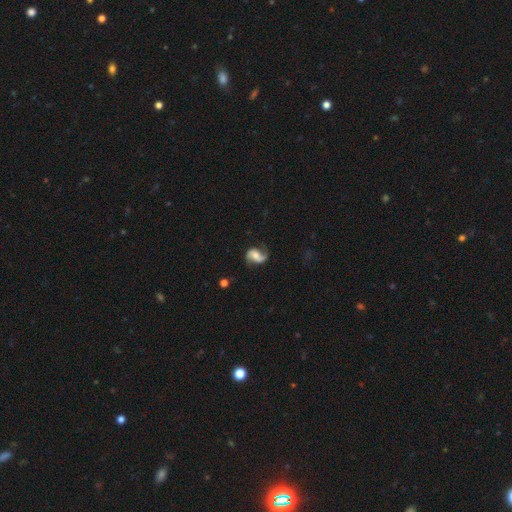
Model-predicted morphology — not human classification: Q: Smooth or featured?
A: featured or disk (75%); runner-up: smooth (18%)
Q: Edge-on disk?
A: no (97%); runner-up: yes (3%)
Q: Bar?
A: no (50%); runner-up: weak (36%)
Q: Spiral arms?
A: yes (94%); runner-up: no (6%)
Q: Spiral winding?
A: loose (51%); runner-up: medium (37%)
Q: Spiral arm count?
A: 2 (84%); runner-up: 1 (9%)
Q: Bulge size?
A: moderate (47%); runner-up: small (33%)
Q: Merging?
A: none (67%); runner-up: minor disturbance (20%)